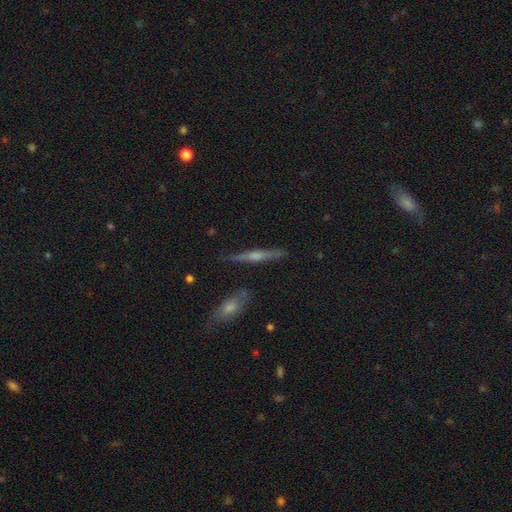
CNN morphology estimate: Smooth or featured: featured or disk — 68% (smooth — 24%)
Edge-on disk: yes — 97% (no — 3%)
Edge-on bulge: rounded — 75% (none — 14%)
Merging: none — 86% (minor disturbance — 9%)